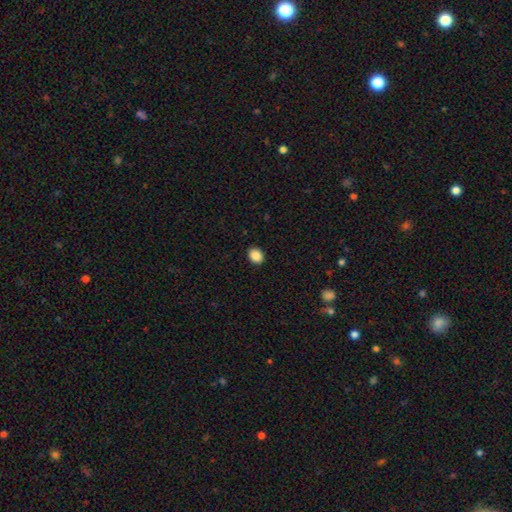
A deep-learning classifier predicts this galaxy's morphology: smooth_or_featured: smooth (p=0.89) [alt: star or artifact p=0.09]
how_rounded: round (p=0.51) [alt: in between p=0.48]
merging: none (p=0.91) [alt: minor disturbance p=0.06]